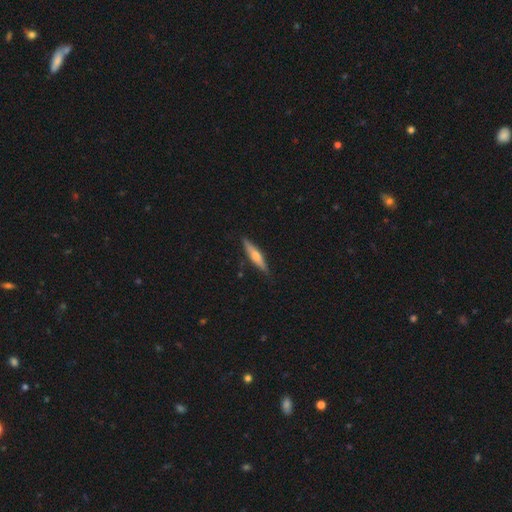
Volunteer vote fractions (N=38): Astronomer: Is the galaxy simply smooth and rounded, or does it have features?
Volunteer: featured or disk — 55% (runner-up: smooth, 42%).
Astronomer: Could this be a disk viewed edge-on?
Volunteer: yes — 95%.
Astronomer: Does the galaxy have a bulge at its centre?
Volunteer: rounded — 100%.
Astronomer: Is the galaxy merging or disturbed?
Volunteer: none — 92%.